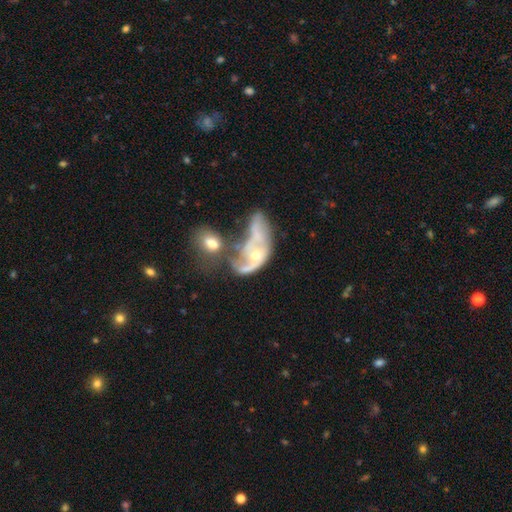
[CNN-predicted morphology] This appears to be a featured or disk galaxy (63%) with no bar (80%), no spiral arms (51%) and a moderate central bulge (60%). Merging: merger (54%).